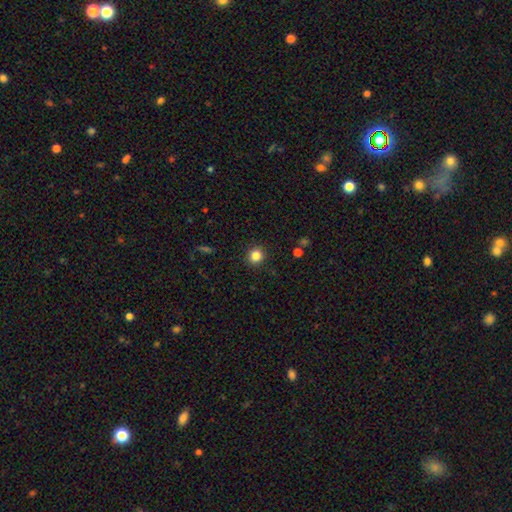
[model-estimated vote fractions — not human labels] Smooth or featured? Predicted: smooth (p=0.84). How rounded? Predicted: round (p=0.89). Merging? Predicted: none (p=0.91).